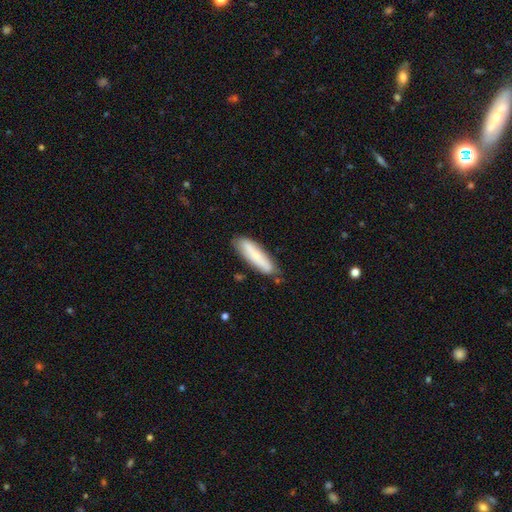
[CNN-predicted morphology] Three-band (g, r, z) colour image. It shows a smooth galaxy with no disk features (73%) that is cigar-shaped (71%). Merging: none (78%).